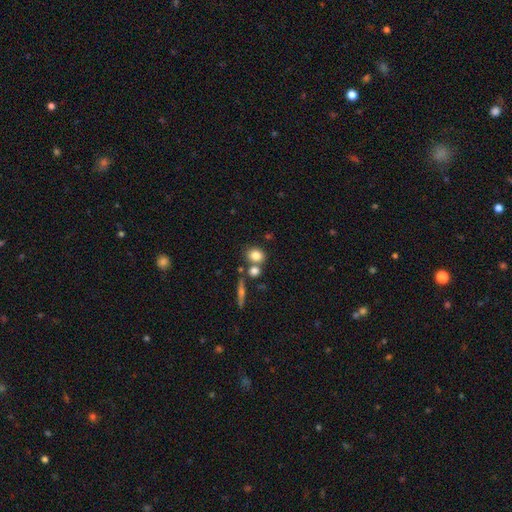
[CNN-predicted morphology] This appears to be a smooth galaxy with no disk features (79%) that is round (59%). Merging: none (63%).